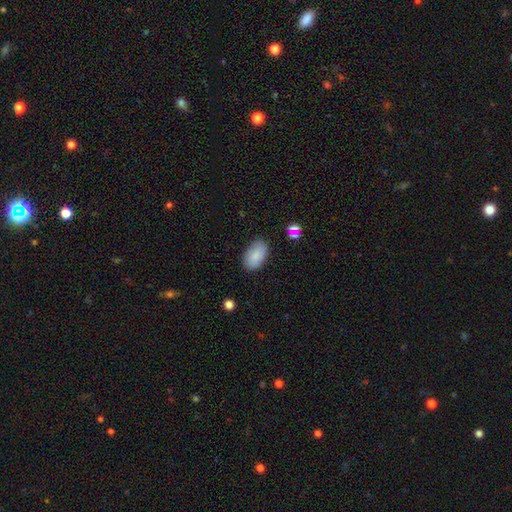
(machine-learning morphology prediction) Overall: smooth (85%). How rounded: in between (92%). Merging: none (82%).